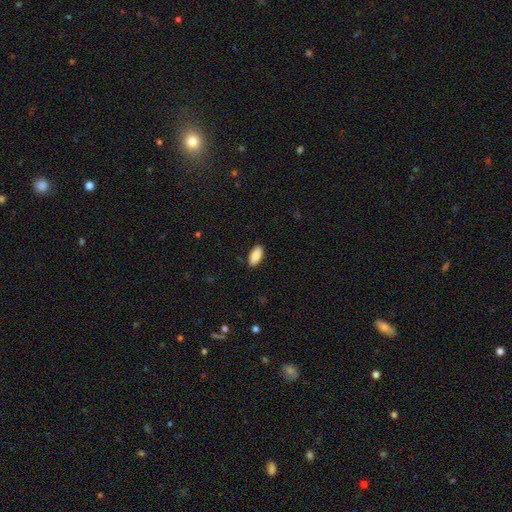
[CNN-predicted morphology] smooth_or_featured: smooth (p=0.89) [alt: star or artifact p=0.07]
how_rounded: in between (p=0.93) [alt: cigar-shaped p=0.05]
merging: none (p=0.88) [alt: minor disturbance p=0.09]